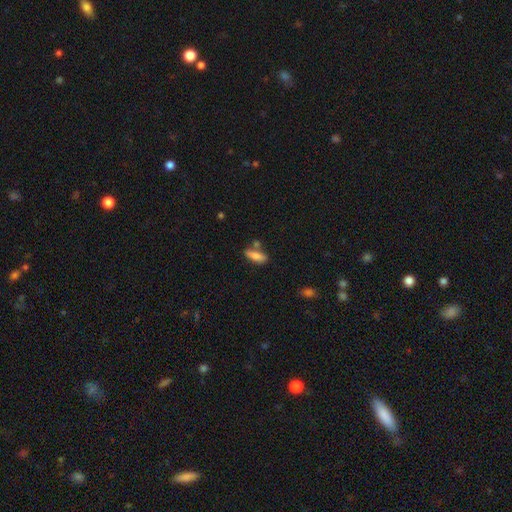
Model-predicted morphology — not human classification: Smooth or featured? smooth (79%)
How rounded? in between (61%)
Merging? none (62%)